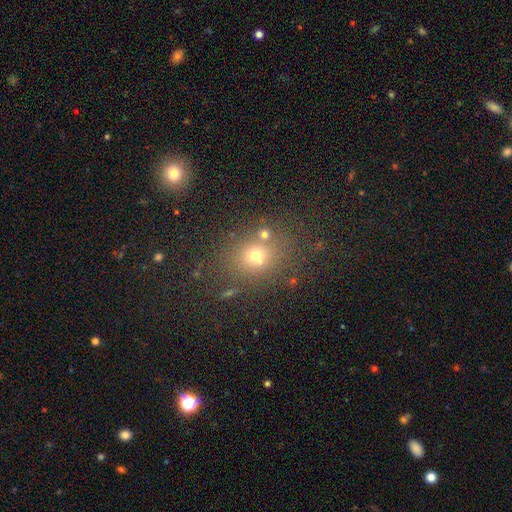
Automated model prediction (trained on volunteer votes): smooth-or-featured: smooth: 63% | star or artifact: 23% | featured or disk: 14%
  how-rounded: round: 68% | in between: 31% | cigar-shaped: 1%
  merging: none: 67% | merger: 16% | minor disturbance: 12% | major disturbance: 6%